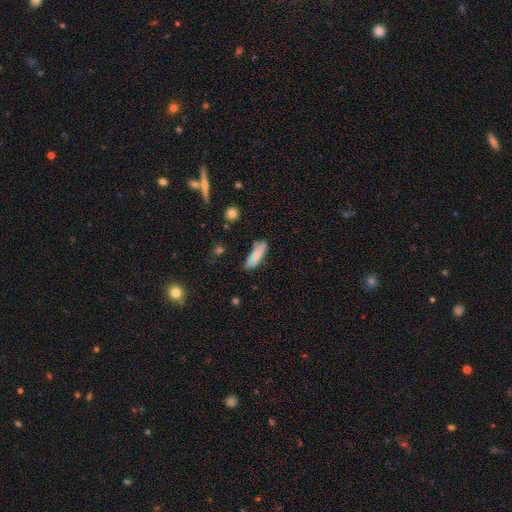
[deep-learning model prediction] smooth 77%, featured or disk 16%, star or artifact 6%. Down the decision tree: how rounded — in between (57%); merging — none (74%).